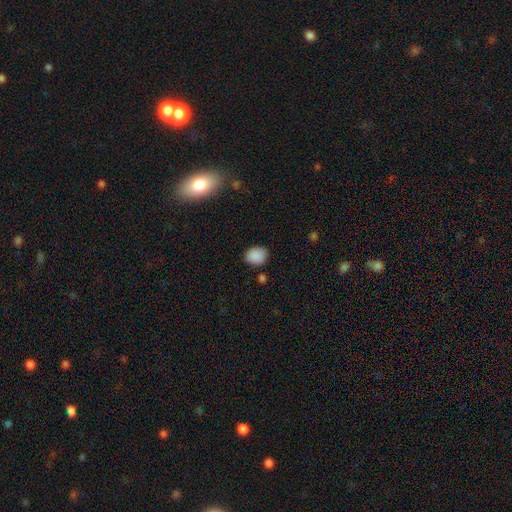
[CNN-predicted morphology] Smooth or featured: smooth — 88% (star or artifact — 9%)
How rounded: round — 55% (in between — 44%)
Merging: none — 80% (minor disturbance — 13%)